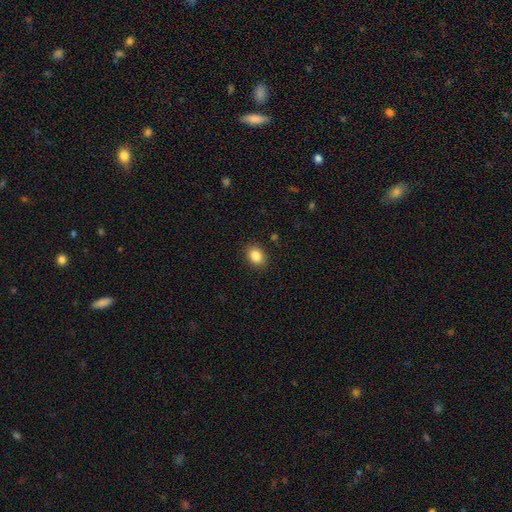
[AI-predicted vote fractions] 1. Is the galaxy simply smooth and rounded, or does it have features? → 87% smooth, 9% star or artifact, 4% featured or disk.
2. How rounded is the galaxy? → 64% in between, 35% round, 1% cigar-shaped.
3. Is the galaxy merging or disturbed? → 87% none, 9% minor disturbance, 3% major disturbance, 1% merger.